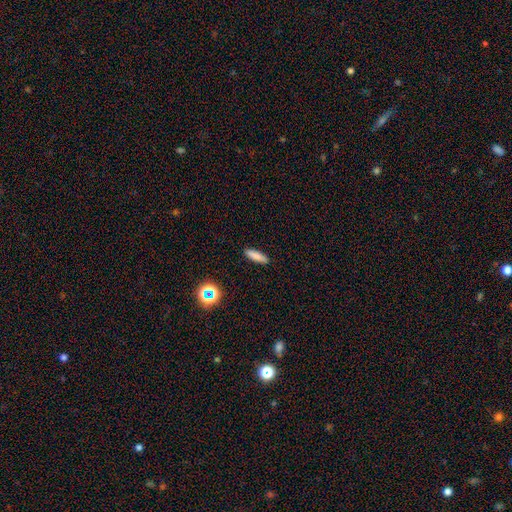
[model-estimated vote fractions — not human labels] Overall: smooth (81%). How rounded: cigar-shaped (63%; in between 35%). Merging: none (90%).